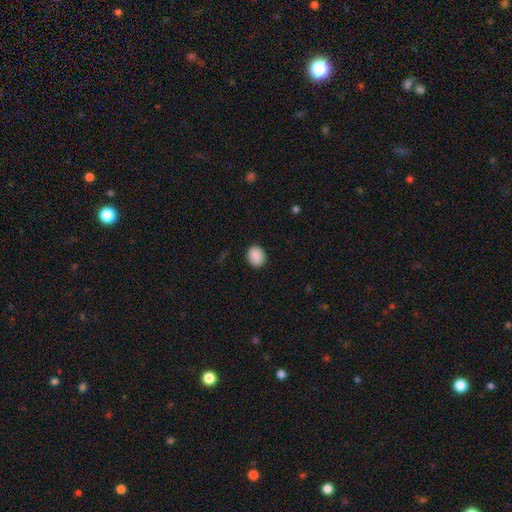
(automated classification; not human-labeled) This appears to be a smooth galaxy with no disk features (90%) that is round (51%). Merging: none (89%).